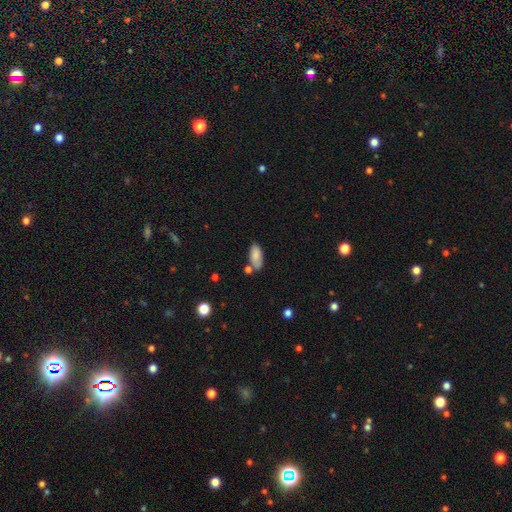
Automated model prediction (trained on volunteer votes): Smooth or featured? Predicted: smooth (p=0.84). How rounded? Predicted: in between (p=0.86). Merging? Predicted: none (p=0.69).